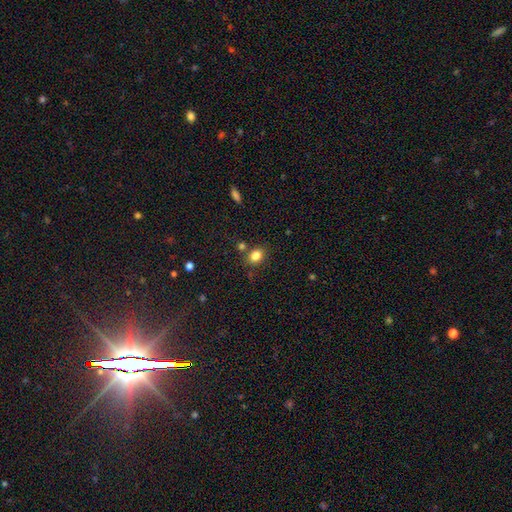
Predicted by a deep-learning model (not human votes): This appears to be a smooth galaxy with no disk features (83%) that is in between round and cigar-shaped (56%). Merging: none (75%).